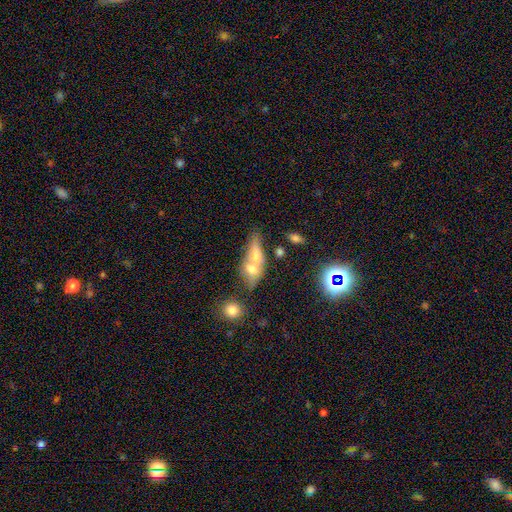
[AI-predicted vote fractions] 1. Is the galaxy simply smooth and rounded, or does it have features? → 60% smooth, 30% featured or disk, 11% star or artifact.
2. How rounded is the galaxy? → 64% in between, 23% cigar-shaped, 13% round.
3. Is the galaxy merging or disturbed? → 64% merger, 21% none, 9% minor disturbance, 7% major disturbance.